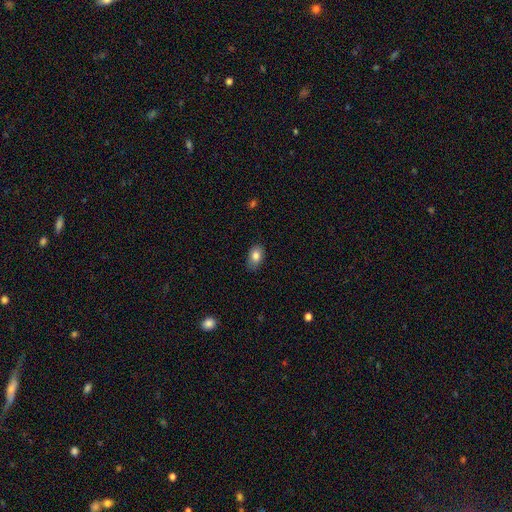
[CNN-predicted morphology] Smooth or featured: smooth — 83% (featured or disk — 9%)
How rounded: in between — 87% (round — 12%)
Merging: none — 83% (minor disturbance — 13%)